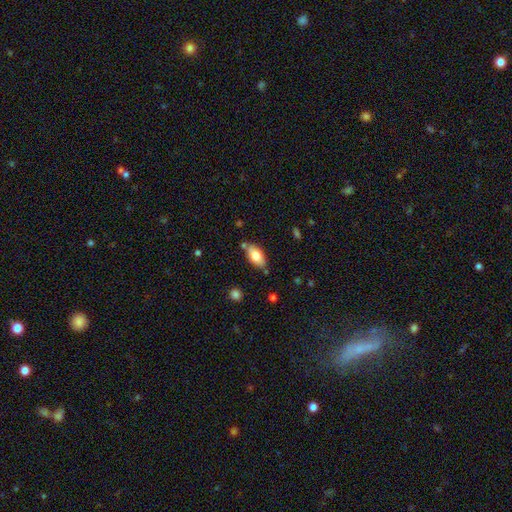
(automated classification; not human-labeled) smooth-or-featured: smooth: 76% | featured or disk: 17% | star or artifact: 7%
  how-rounded: in between: 91% | cigar-shaped: 6% | round: 3%
  merging: none: 74% | minor disturbance: 16% | merger: 7% | major disturbance: 3%